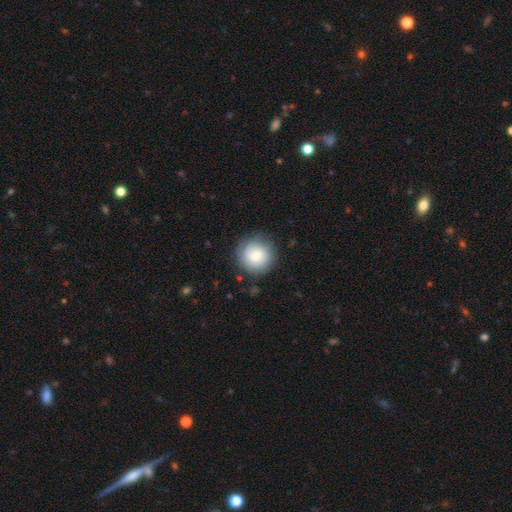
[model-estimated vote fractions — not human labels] A smooth galaxy with no disk features (79%) that is round (95%).

Vote fractions:
- Smooth or featured? smooth: 79% / featured or disk: 14% / star or artifact: 8%
- How rounded? round: 95% / in between: 4% / cigar-shaped: 1%
- Merging? none: 85% / minor disturbance: 10% / major disturbance: 3% / merger: 1%